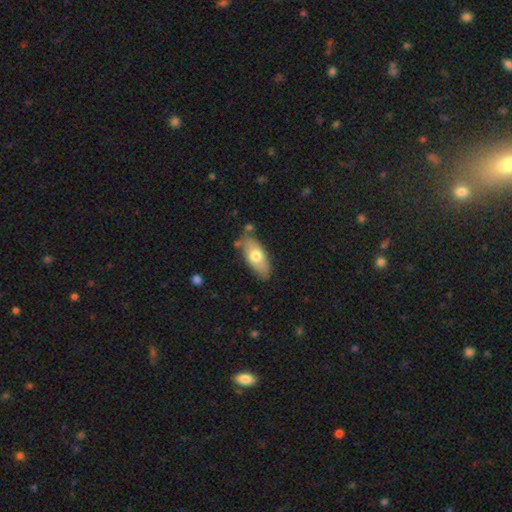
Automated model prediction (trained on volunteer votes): Morphology: type=smooth (69%); roundness=in between (84%); merging=none (75%).